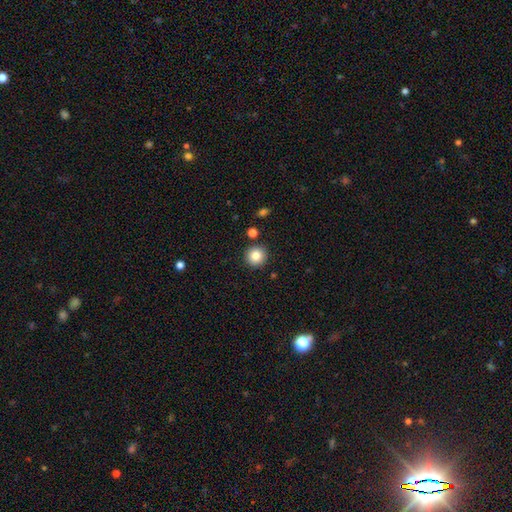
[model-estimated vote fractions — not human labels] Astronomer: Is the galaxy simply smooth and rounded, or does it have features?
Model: smooth — 84%.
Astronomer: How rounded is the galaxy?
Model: round — 95%.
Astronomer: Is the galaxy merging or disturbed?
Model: none — 90%.